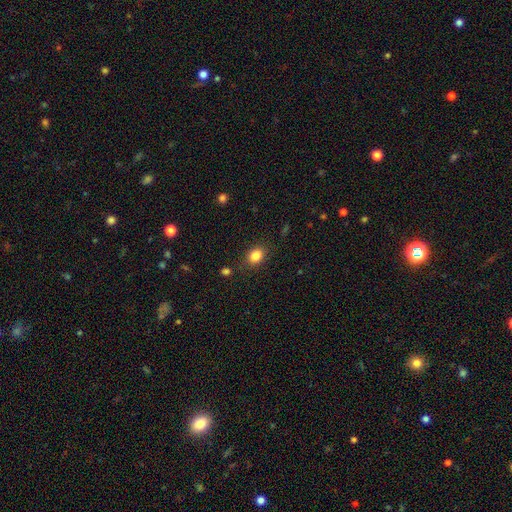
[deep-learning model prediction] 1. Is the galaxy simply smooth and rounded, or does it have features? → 84% smooth, 10% star or artifact, 6% featured or disk.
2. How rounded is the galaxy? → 60% in between, 39% round, 1% cigar-shaped.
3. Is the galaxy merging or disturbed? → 84% none, 11% minor disturbance, 3% major disturbance, 2% merger.